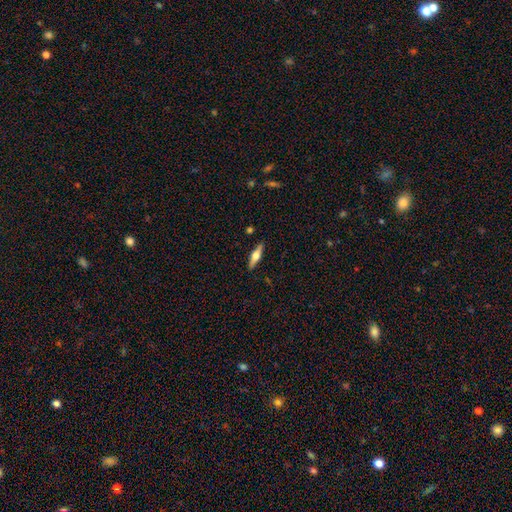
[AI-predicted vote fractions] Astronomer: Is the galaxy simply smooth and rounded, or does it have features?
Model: featured or disk — 57% (runner-up: smooth, 37%).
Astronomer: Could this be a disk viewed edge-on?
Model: yes — 95%.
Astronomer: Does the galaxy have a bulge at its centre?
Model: rounded — 93%.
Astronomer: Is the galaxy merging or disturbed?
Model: none — 89%.